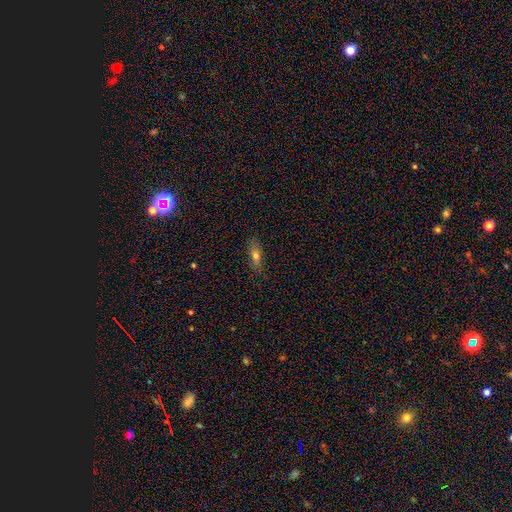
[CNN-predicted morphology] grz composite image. It shows a smooth galaxy with no disk features (68%) that is in between round and cigar-shaped (61%). Merging: none (82%).